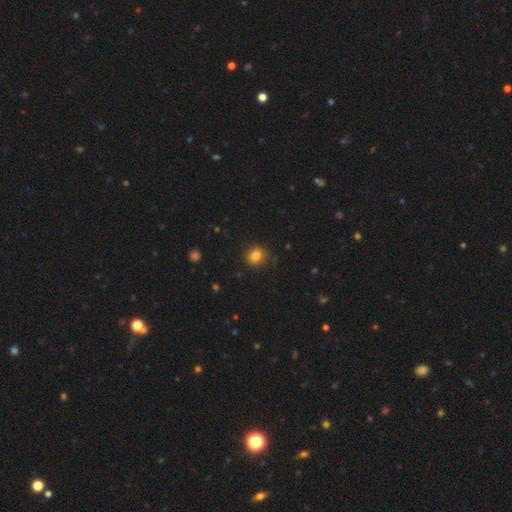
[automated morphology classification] Overall: smooth (83%). How rounded: round (74%). Merging: none (85%).